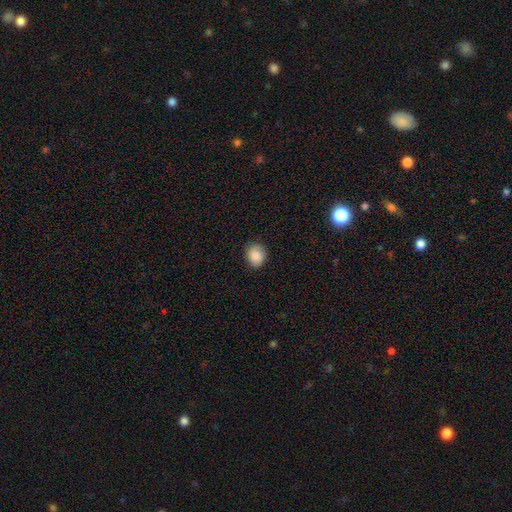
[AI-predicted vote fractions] Overall: smooth (87%). How rounded: round (63%; in between 36%). Merging: none (83%).